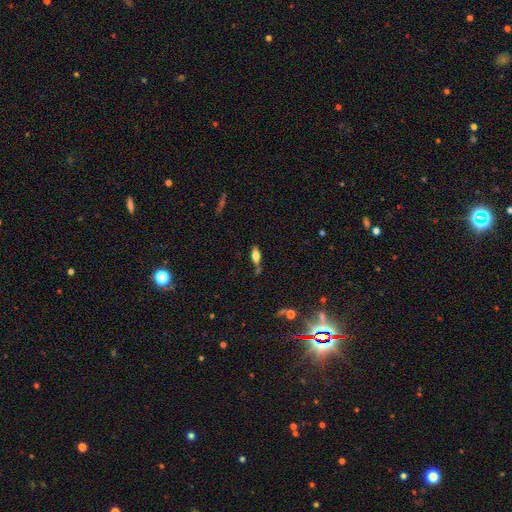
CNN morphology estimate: Smooth or featured? Predicted: smooth (p=0.63). How rounded? Predicted: in between (p=0.71). Merging? Predicted: none (p=0.62).